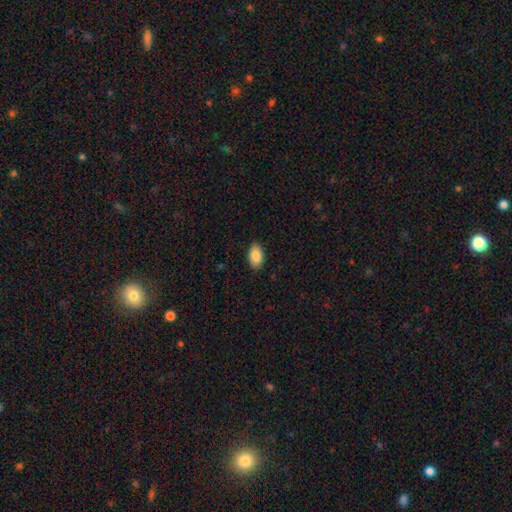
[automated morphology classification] Q: Smooth or featured?
A: smooth (88%); runner-up: star or artifact (7%)
Q: How rounded?
A: in between (93%); runner-up: round (5%)
Q: Merging?
A: none (88%); runner-up: minor disturbance (9%)